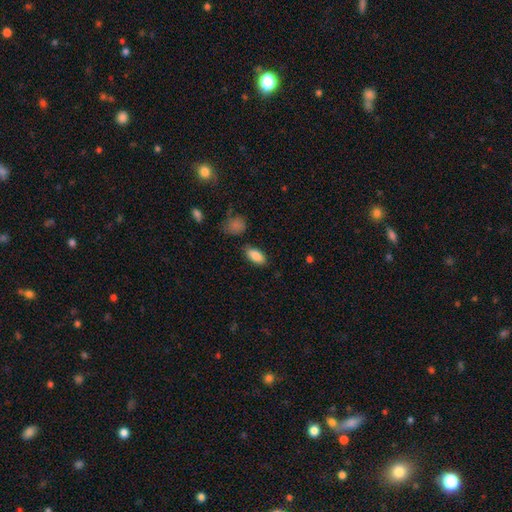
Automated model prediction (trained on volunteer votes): A smooth galaxy with no disk features (87%) that is in between round and cigar-shaped (90%).

Vote fractions:
- Smooth or featured? smooth: 87% / star or artifact: 7% / featured or disk: 6%
- How rounded? in between: 90% / cigar-shaped: 7% / round: 3%
- Merging? none: 84% / minor disturbance: 11% / major disturbance: 3% / merger: 3%